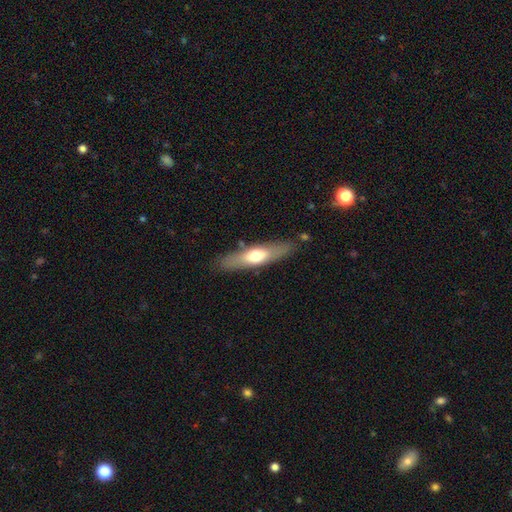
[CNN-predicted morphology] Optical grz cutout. It shows a smooth galaxy with no disk features (54%) that is cigar-shaped (67%). Merging: none (84%).